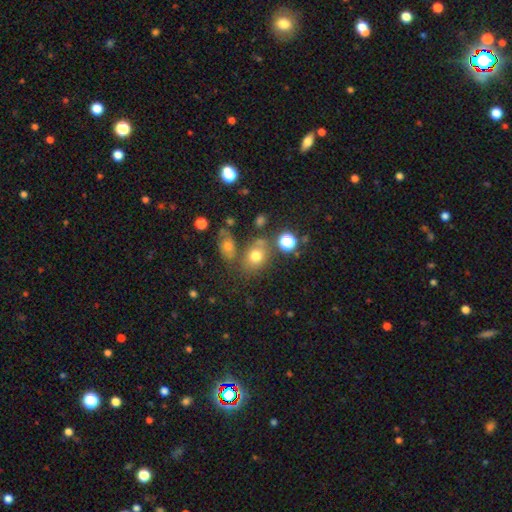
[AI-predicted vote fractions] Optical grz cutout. It shows a smooth galaxy with no disk features (71%) that is in between round and cigar-shaped (56%). Merging: none (59%).